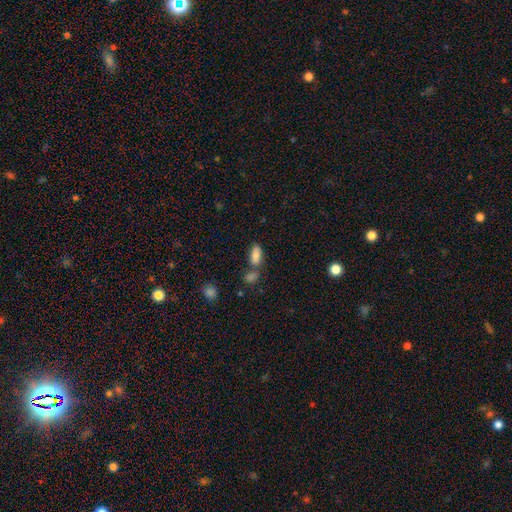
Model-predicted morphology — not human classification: Smooth or featured? Predicted: smooth (p=0.83). How rounded? Predicted: in between (p=0.84). Merging? Predicted: none (p=0.53).